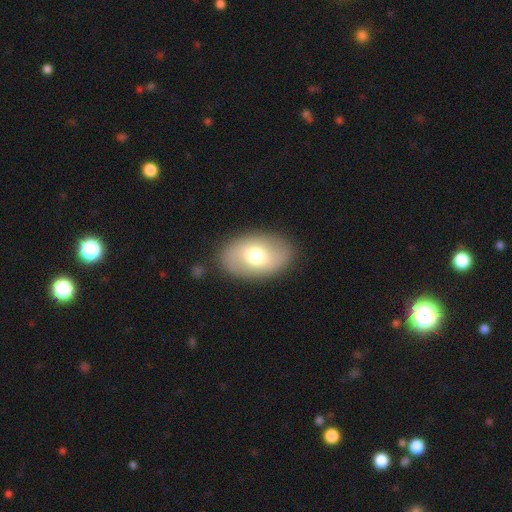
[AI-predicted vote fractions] Overall: smooth (62%; featured or disk 31%). How rounded: in between (87%). Merging: none (86%).